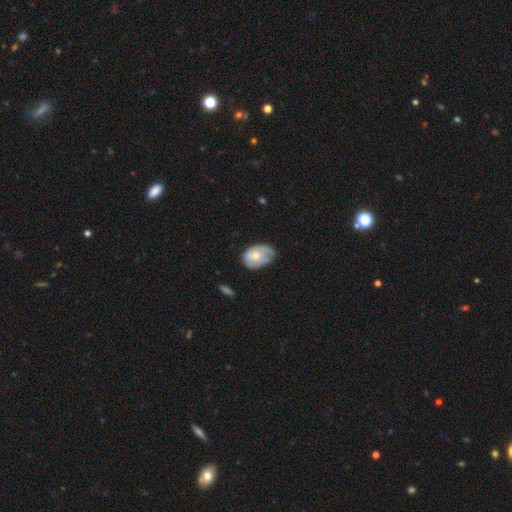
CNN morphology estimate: Q: Smooth or featured?
A: smooth (58%); runner-up: featured or disk (36%)
Q: How rounded?
A: in between (83%); runner-up: round (16%)
Q: Merging?
A: none (46%); runner-up: minor disturbance (38%)